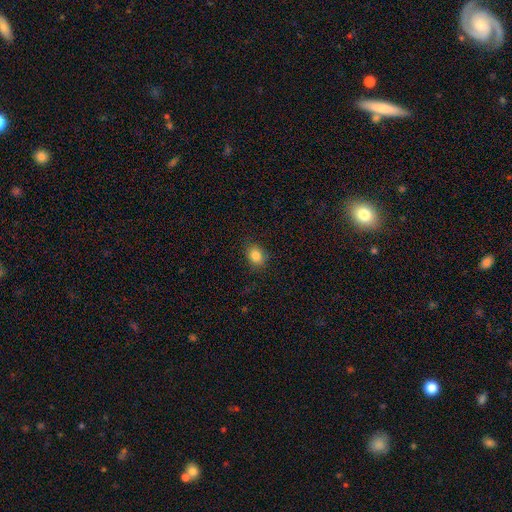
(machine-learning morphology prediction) smooth 84%, star or artifact 10%, featured or disk 6%. Down the decision tree: how rounded — round (51%); merging — none (83%).